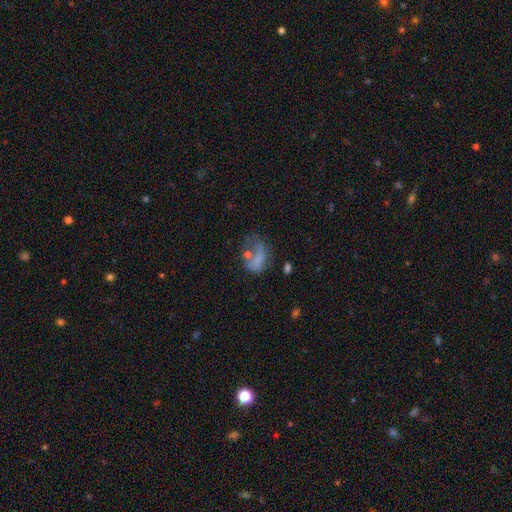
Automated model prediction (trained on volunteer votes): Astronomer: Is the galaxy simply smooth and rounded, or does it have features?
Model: smooth — 45% (runner-up: featured or disk, 35%).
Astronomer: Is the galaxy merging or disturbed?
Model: major disturbance — 38% (runner-up: none, 31%).